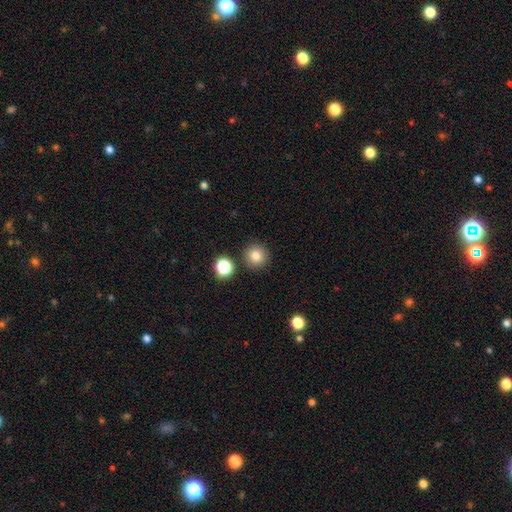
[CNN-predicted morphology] smooth_or_featured: smooth (p=0.81) [alt: star or artifact p=0.12]
how_rounded: round (p=0.94) [alt: in between p=0.05]
merging: none (p=0.87) [alt: minor disturbance p=0.06]